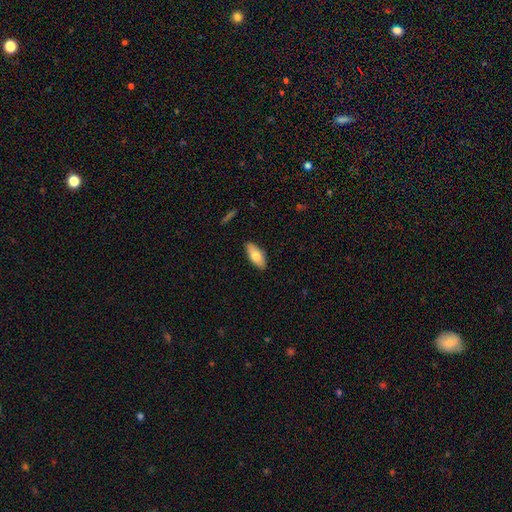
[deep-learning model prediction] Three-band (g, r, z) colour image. It shows a smooth galaxy with no disk features (71%) that is in between round and cigar-shaped (83%). Merging: none (86%).